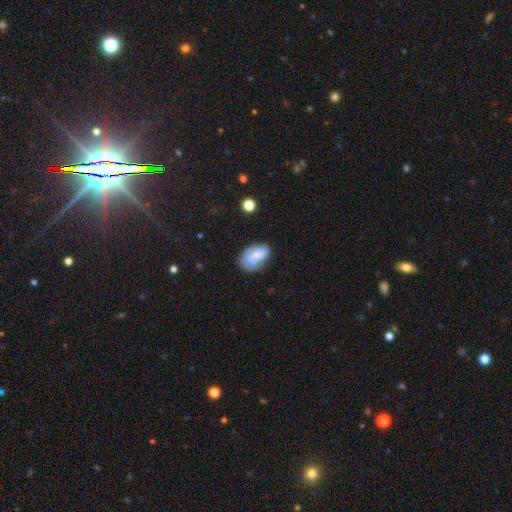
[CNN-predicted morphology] type=smooth (58%); roundness=in between (90%); merging=none (52%).